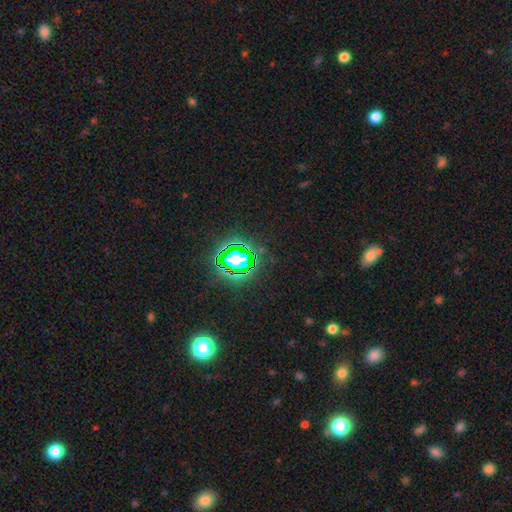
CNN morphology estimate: star or artifact 80%, smooth 14%, featured or disk 7%.